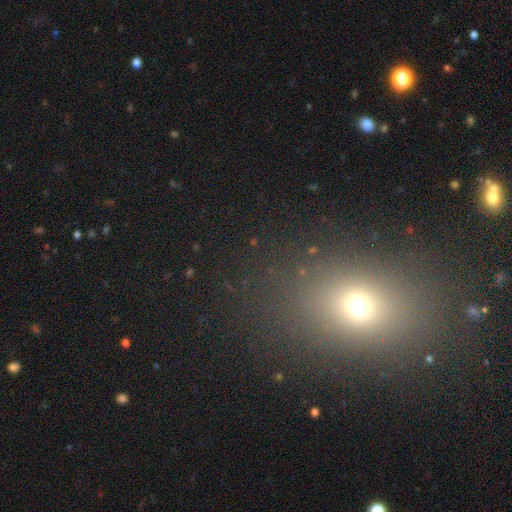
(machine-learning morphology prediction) This appears to be a smooth galaxy with no disk features (55%) that is in between round and cigar-shaped (53%). Merging: none (86%).